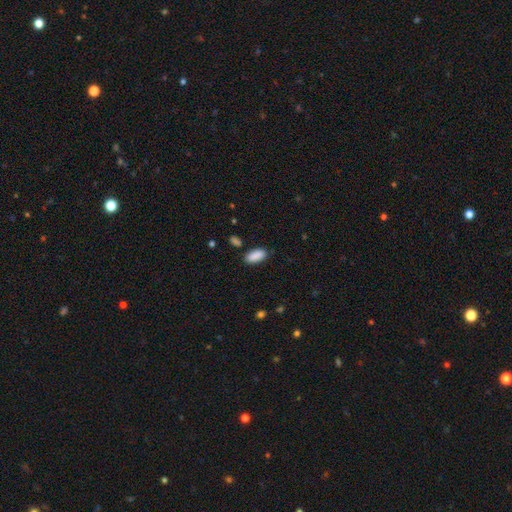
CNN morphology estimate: This appears to be a smooth galaxy with no disk features (90%) that is in between round and cigar-shaped (90%). Merging: none (84%).